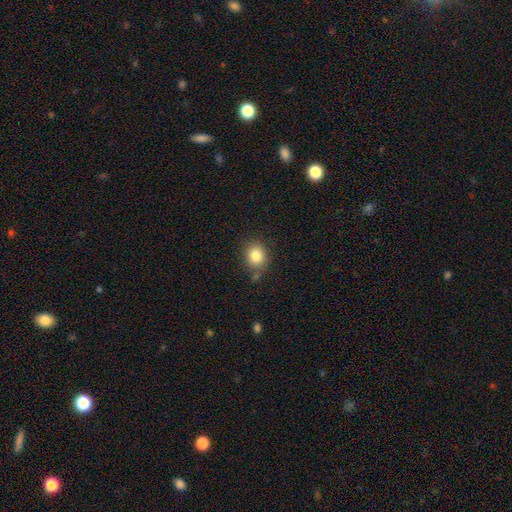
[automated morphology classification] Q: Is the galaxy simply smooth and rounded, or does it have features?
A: smooth — 84%.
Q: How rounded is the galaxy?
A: round — 70%.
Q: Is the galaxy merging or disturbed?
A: none — 75%.